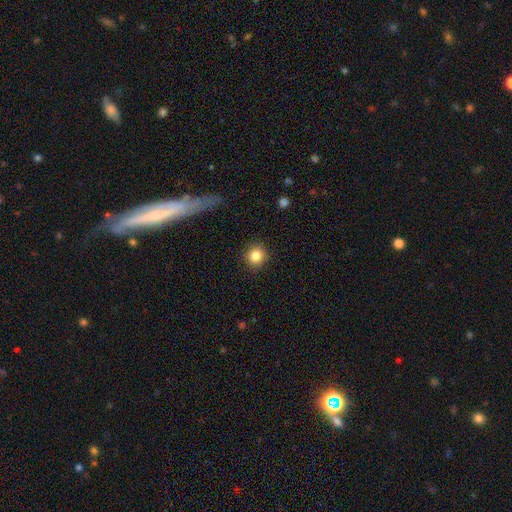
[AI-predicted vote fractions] A smooth galaxy with no disk features (84%) that is round (89%).

Vote fractions:
- Smooth or featured? smooth: 84% / star or artifact: 10% / featured or disk: 5%
- How rounded? round: 89% / in between: 10% / cigar-shaped: 1%
- Merging? none: 90% / minor disturbance: 7% / major disturbance: 2% / merger: 1%